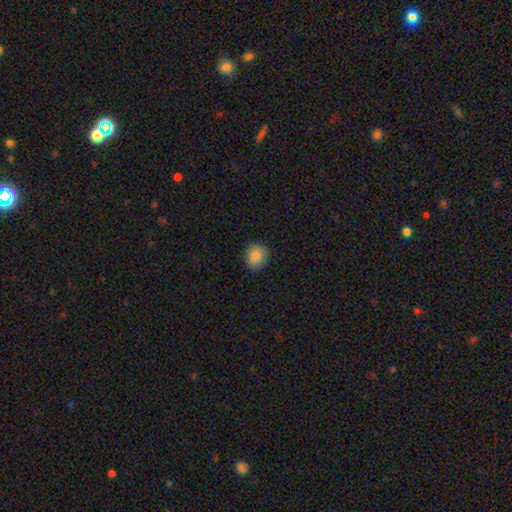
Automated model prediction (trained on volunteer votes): A smooth galaxy with no disk features (87%) that is round (74%).

Vote fractions:
- Smooth or featured? smooth: 87% / star or artifact: 9% / featured or disk: 4%
- How rounded? round: 74% / in between: 25% / cigar-shaped: 1%
- Merging? none: 86% / minor disturbance: 10% / major disturbance: 3% / merger: 1%